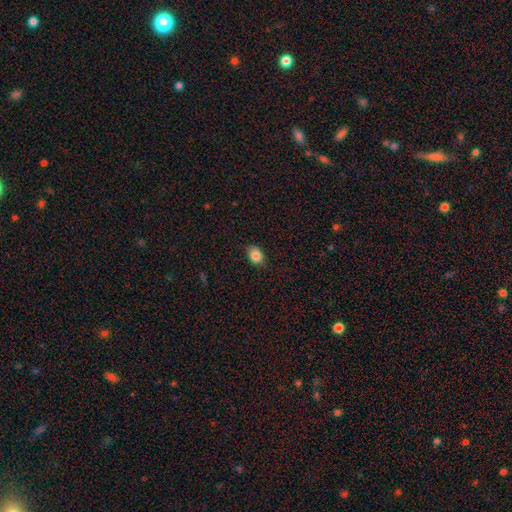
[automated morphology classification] smooth_or_featured: smooth (p=0.85) [alt: star or artifact p=0.09]
how_rounded: in between (p=0.69) [alt: round p=0.29]
merging: none (p=0.84) [alt: minor disturbance p=0.13]